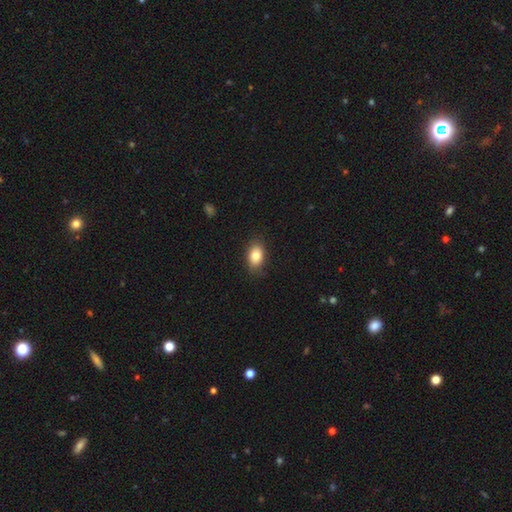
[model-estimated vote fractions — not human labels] Smooth or featured? Predicted: smooth (p=0.82). How rounded? Predicted: in between (p=0.85). Merging? Predicted: none (p=0.84).